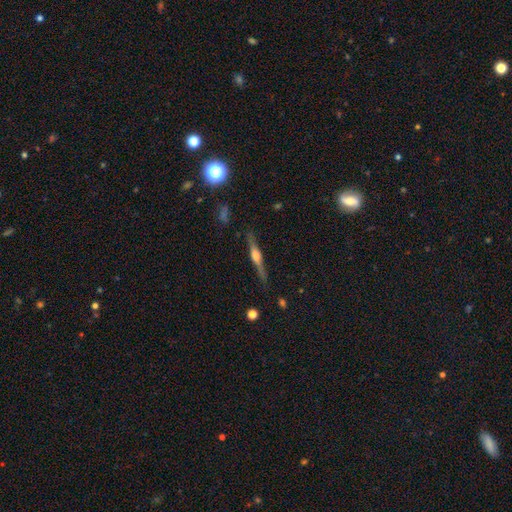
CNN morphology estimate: Smooth or featured: featured or disk — 71% (smooth — 23%)
Edge-on disk: yes — 97% (no — 3%)
Edge-on bulge: rounded — 76% (boxy — 18%)
Merging: none — 85% (minor disturbance — 11%)